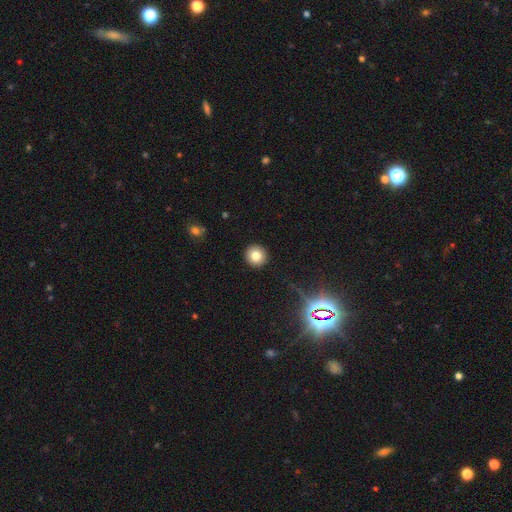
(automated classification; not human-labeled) smooth_or_featured: smooth (p=0.79) [alt: star or artifact p=0.12]
how_rounded: round (p=0.95) [alt: in between p=0.04]
merging: none (p=0.93) [alt: minor disturbance p=0.04]